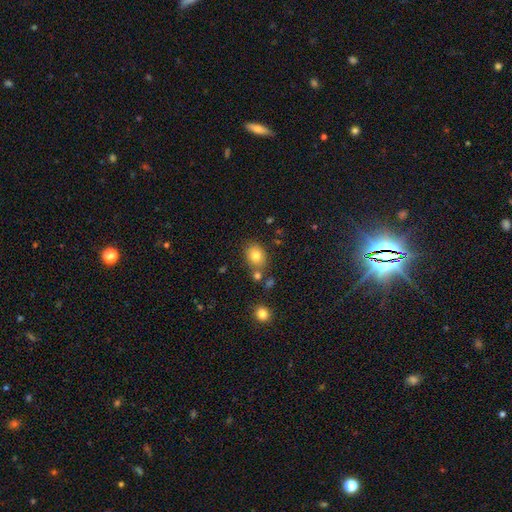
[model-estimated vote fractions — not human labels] A smooth galaxy with no disk features (79%) that is in between round and cigar-shaped (51%). Merging: none (73%).